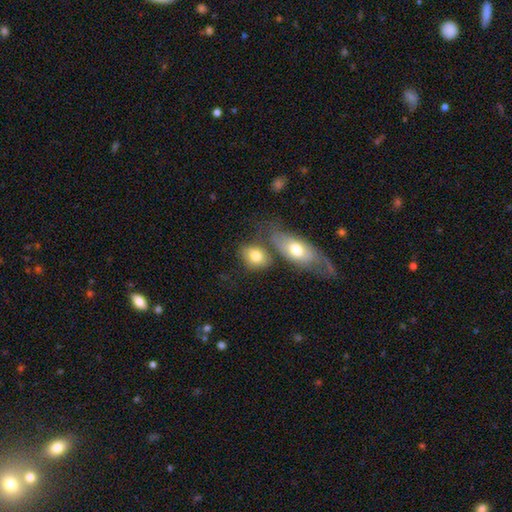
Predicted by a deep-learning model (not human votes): A smooth galaxy with no disk features (77%) that is in between round and cigar-shaped (72%).

Vote fractions:
- Smooth or featured? smooth: 77% / featured or disk: 16% / star or artifact: 7%
- How rounded? in between: 72% / round: 26% / cigar-shaped: 3%
- Merging? none: 47% / merger: 31% / minor disturbance: 15% / major disturbance: 7%